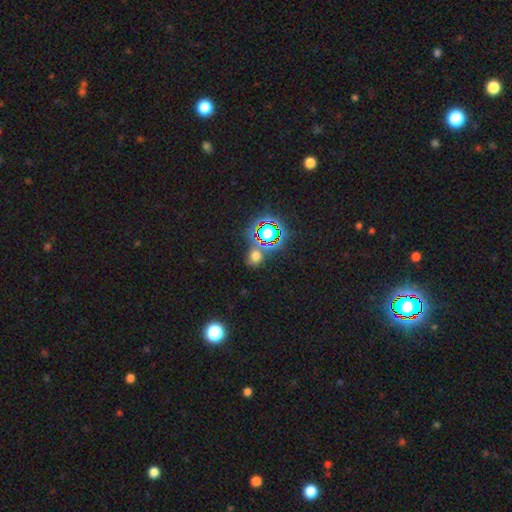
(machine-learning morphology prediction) A smooth galaxy with no disk features (52%) that is round (75%).

Vote fractions:
- Smooth or featured? smooth: 52% / star or artifact: 39% / featured or disk: 9%
- How rounded? round: 75% / in between: 23% / cigar-shaped: 2%
- Merging? none: 70% / merger: 13% / minor disturbance: 11% / major disturbance: 6%